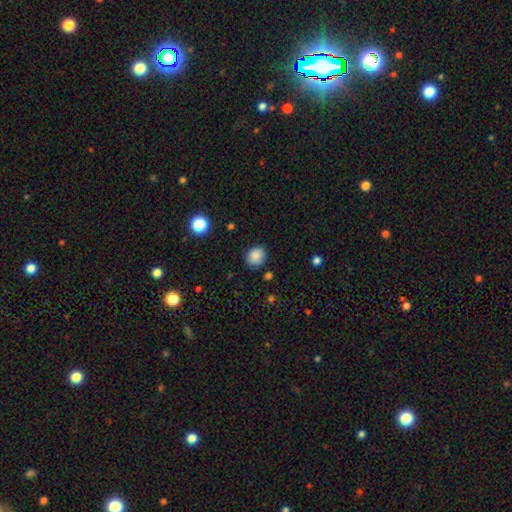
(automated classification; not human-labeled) Q: Smooth or featured?
A: smooth (86%); runner-up: star or artifact (10%)
Q: How rounded?
A: round (73%); runner-up: in between (26%)
Q: Merging?
A: none (82%); runner-up: minor disturbance (13%)